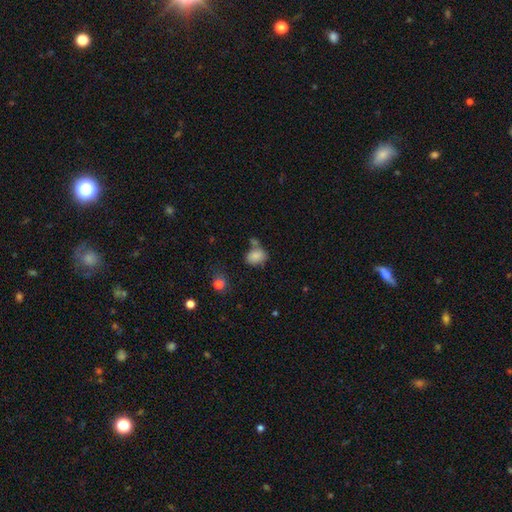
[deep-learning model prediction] smooth-or-featured: smooth: 84% | star or artifact: 10% | featured or disk: 7%
  how-rounded: in between: 74% | round: 25% | cigar-shaped: 1%
  merging: none: 52% | merger: 23% | minor disturbance: 19% | major disturbance: 7%